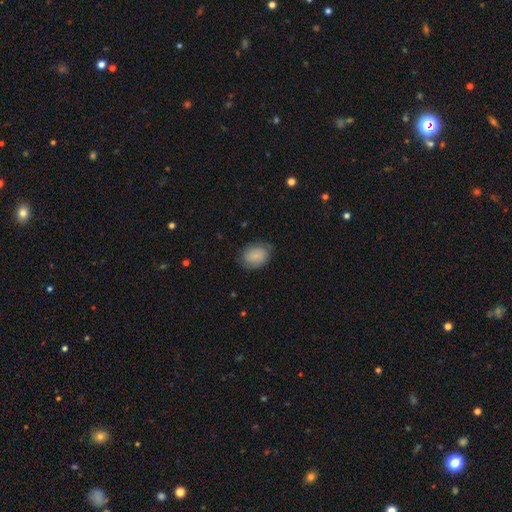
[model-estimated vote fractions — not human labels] smooth-or-featured: smooth: 81% | featured or disk: 12% | star or artifact: 7%
  how-rounded: in between: 64% | round: 35% | cigar-shaped: 1%
  merging: none: 74% | minor disturbance: 20% | major disturbance: 5% | merger: 1%